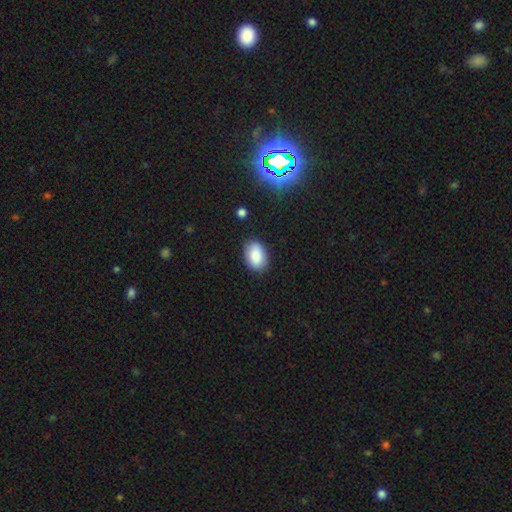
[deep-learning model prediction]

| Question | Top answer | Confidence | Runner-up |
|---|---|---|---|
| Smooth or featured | smooth | 87% | star or artifact (7%) |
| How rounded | in between | 89% | round (10%) |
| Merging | none | 85% | minor disturbance (12%) |